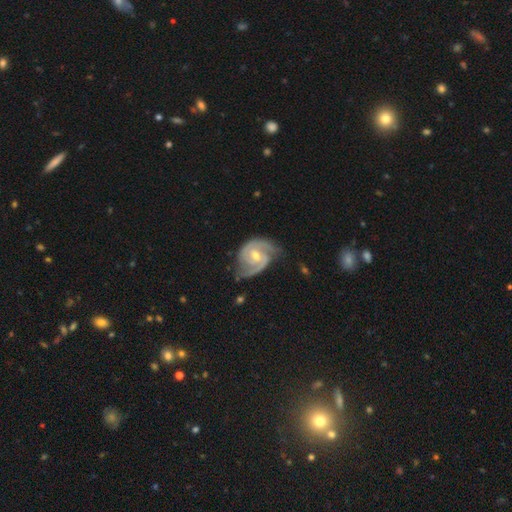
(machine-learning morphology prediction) Overall: featured or disk (90%). Edge-on disk: no (98%). Bar: no (47%; weak 42%). Spiral arms: yes (98%). Spiral arm count: 2 (85%). Spiral winding: medium (47%; tight 43%). Bulge size: moderate (59%; small 37%). Merging: none (66%).